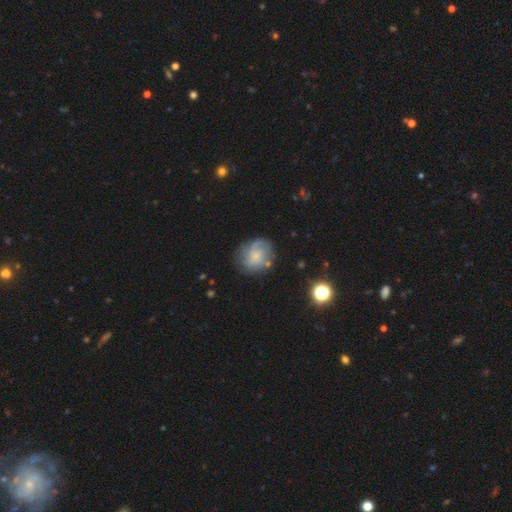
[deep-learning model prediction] Smooth or featured?
  - featured or disk: 60% *
  - smooth: 31%
  - star or artifact: 9%
Edge-on disk?
  - no: 98% *
  - yes: 2%
Bar?
  - no: 68% *
  - weak: 29%
  - strong: 4%
Spiral arms?
  - yes: 86% *
  - no: 14%
Spiral winding?
  - medium: 40% *
  - tight: 38%
  - loose: 22%
Spiral arm count?
  - 2: 35% *
  - can't tell: 32%
  - 3: 14%
  - 1: 12%
  - 4: 4%
  - more than 4: 3%
Bulge size?
  - small: 69% *
  - moderate: 15%
  - none: 13%
  - large: 2%
  - dominant: 1%
Merging?
  - none: 65% *
  - minor disturbance: 21%
  - major disturbance: 11%
  - merger: 4%